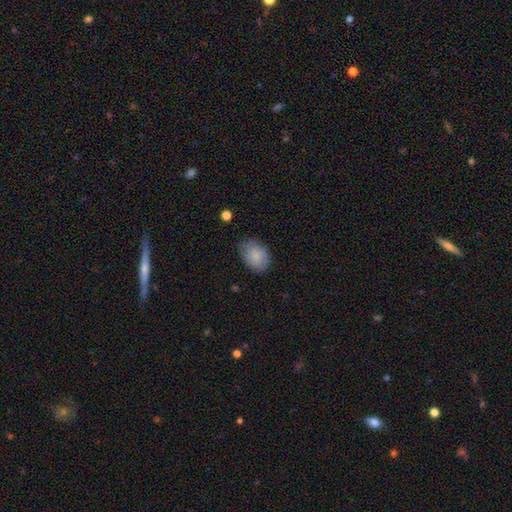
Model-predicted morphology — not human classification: smooth 84%, featured or disk 9%, star or artifact 7%. Down the decision tree: how rounded — in between (77%); merging — none (74%).